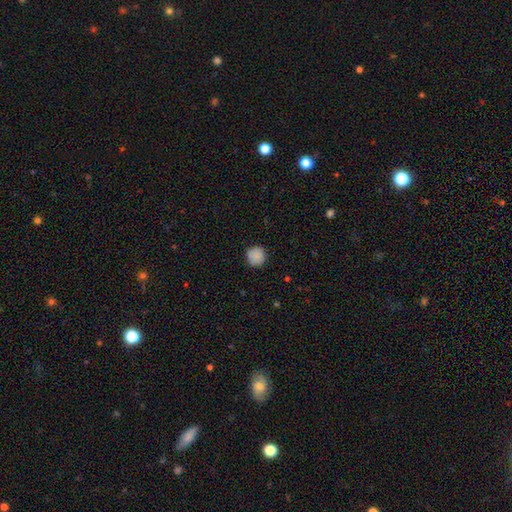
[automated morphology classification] Smooth or featured: smooth — 88% (star or artifact — 8%)
How rounded: round — 94% (in between — 5%)
Merging: none — 88% (minor disturbance — 9%)